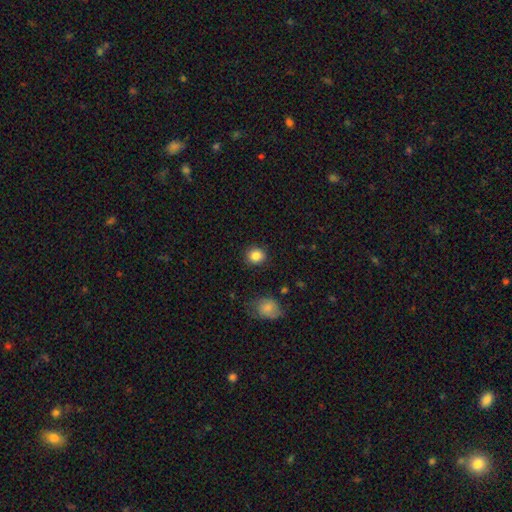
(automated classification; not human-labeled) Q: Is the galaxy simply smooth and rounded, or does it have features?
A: smooth — 85%.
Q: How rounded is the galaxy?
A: round — 83%.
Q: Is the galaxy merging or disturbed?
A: none — 88%.